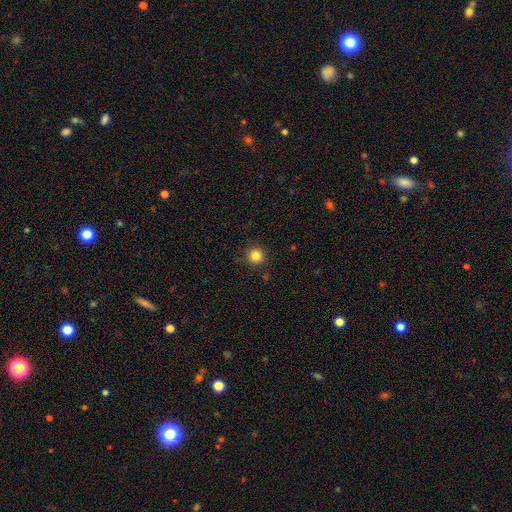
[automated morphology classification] The model was most divided on "smooth or featured": smooth: 84%, star or artifact: 12%, featured or disk: 4%. More confident: how rounded — round (95%); merging — none (89%).